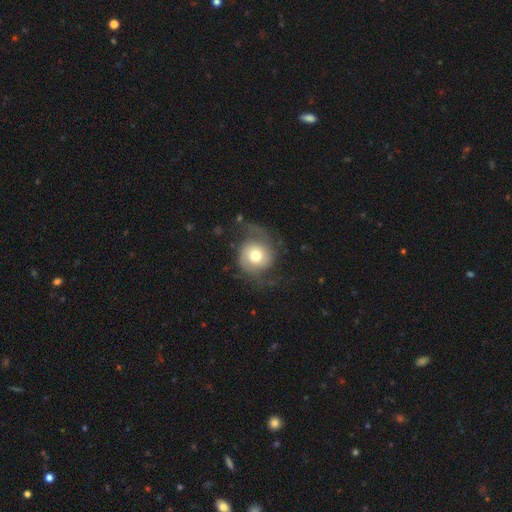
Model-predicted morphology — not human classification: smooth_or_featured: featured or disk (p=0.52) [alt: smooth p=0.40]
disk_edge_on: no (p=0.97) [alt: yes p=0.03]
bar: no (p=0.78) [alt: weak p=0.18]
has_spiral_arms: yes (p=0.82) [alt: no p=0.18]
bulge_size: moderate (p=0.65) [alt: large p=0.19]
merging: none (p=0.51) [alt: major disturbance p=0.24]